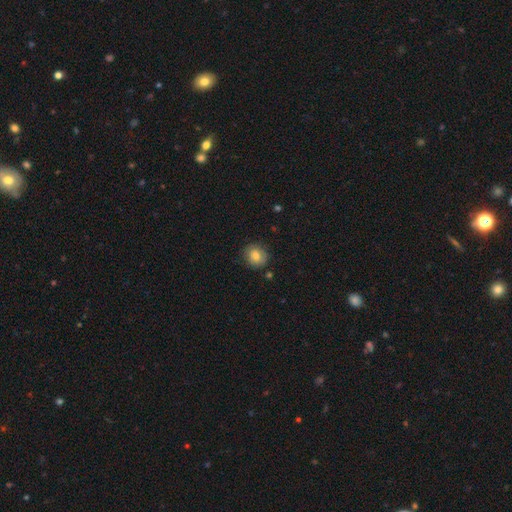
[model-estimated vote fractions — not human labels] A smooth galaxy with no disk features (80%) that is round (84%).

Vote fractions:
- Smooth or featured? smooth: 80% / featured or disk: 11% / star or artifact: 9%
- How rounded? round: 84% / in between: 15% / cigar-shaped: 1%
- Merging? none: 84% / minor disturbance: 12% / major disturbance: 3% / merger: 2%